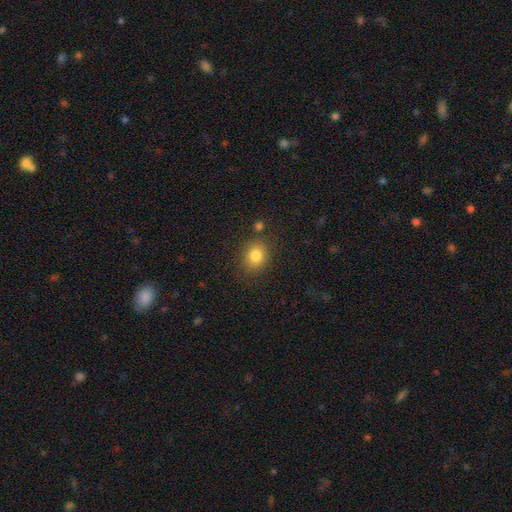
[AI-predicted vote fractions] Smooth or featured?
  - smooth: 82% *
  - star or artifact: 11%
  - featured or disk: 7%
How rounded?
  - round: 64% *
  - in between: 35%
  - cigar-shaped: 1%
Merging?
  - none: 82% *
  - minor disturbance: 11%
  - merger: 4%
  - major disturbance: 3%